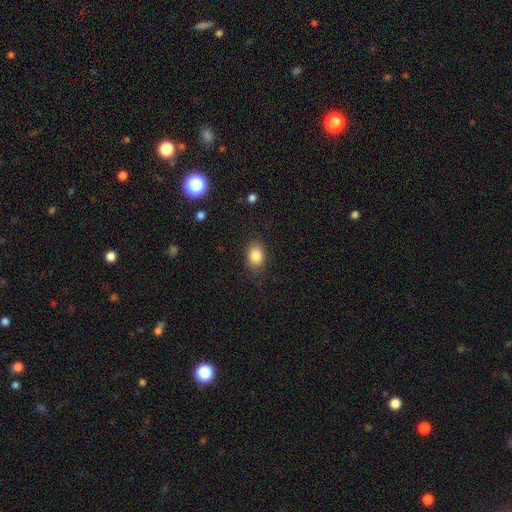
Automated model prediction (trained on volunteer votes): Smooth or featured: smooth — 84% (star or artifact — 9%)
How rounded: in between — 74% (round — 24%)
Merging: none — 79% (minor disturbance — 16%)